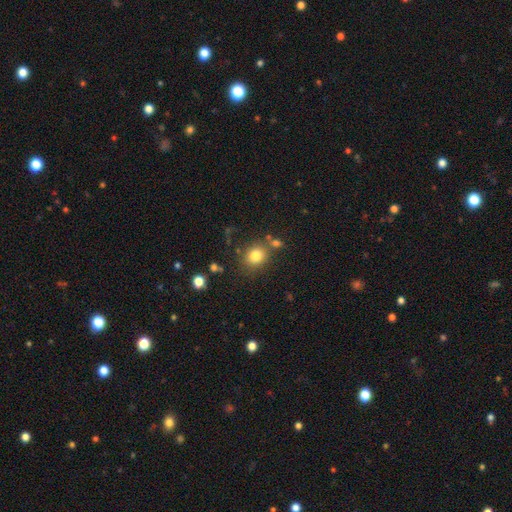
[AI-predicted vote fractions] Morphology: type=smooth (80%); roundness=round (76%); merging=none (75%).